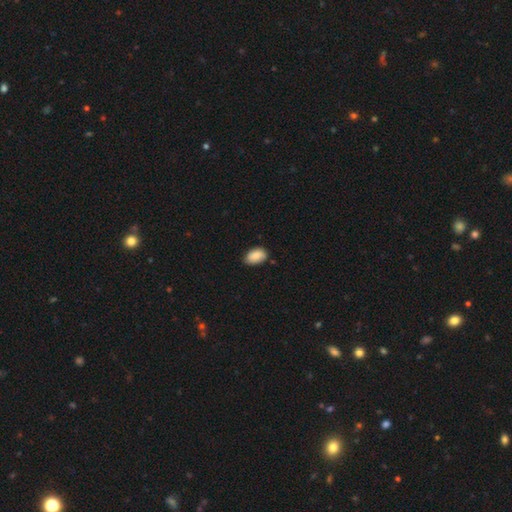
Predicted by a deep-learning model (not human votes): A smooth galaxy with no disk features (86%) that is in between round and cigar-shaped (91%).

Vote fractions:
- Smooth or featured? smooth: 86% / star or artifact: 7% / featured or disk: 6%
- How rounded? in between: 91% / round: 8% / cigar-shaped: 1%
- Merging? none: 75% / minor disturbance: 21% / major disturbance: 3% / merger: 2%